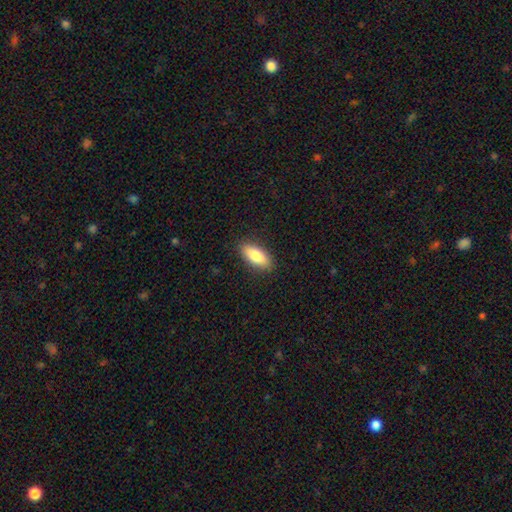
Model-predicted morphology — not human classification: Overall: smooth (82%). How rounded: in between (79%). Merging: none (88%).